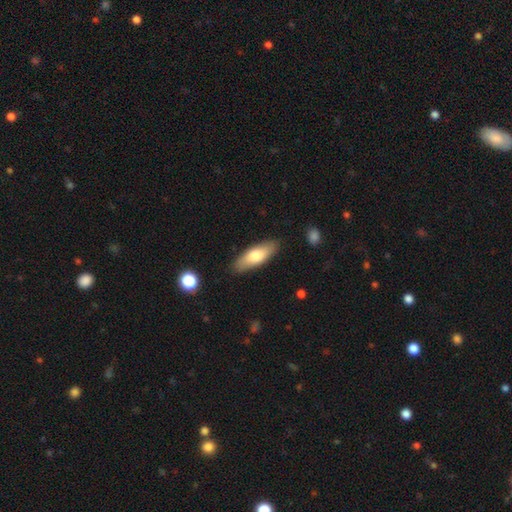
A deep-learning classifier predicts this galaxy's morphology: A smooth galaxy with no disk features (71%) that is in between round and cigar-shaped (62%).

Vote fractions:
- Smooth or featured? smooth: 71% / featured or disk: 24% / star or artifact: 5%
- How rounded? in between: 62% / cigar-shaped: 35% / round: 2%
- Merging? none: 87% / minor disturbance: 10% / major disturbance: 2% / merger: 1%